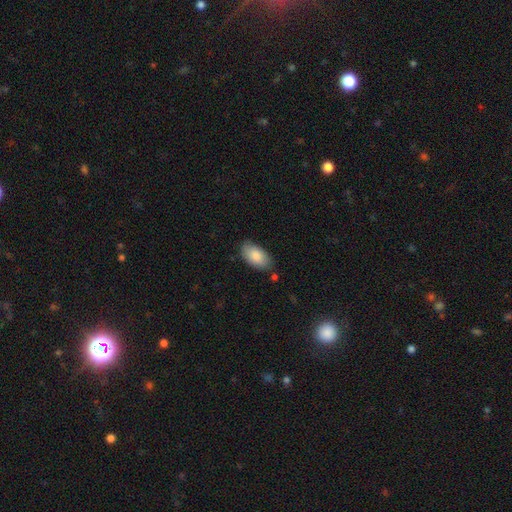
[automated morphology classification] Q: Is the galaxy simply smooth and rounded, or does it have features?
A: smooth — 86%.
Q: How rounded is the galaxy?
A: in between — 95%.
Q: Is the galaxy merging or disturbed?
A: none — 78%.